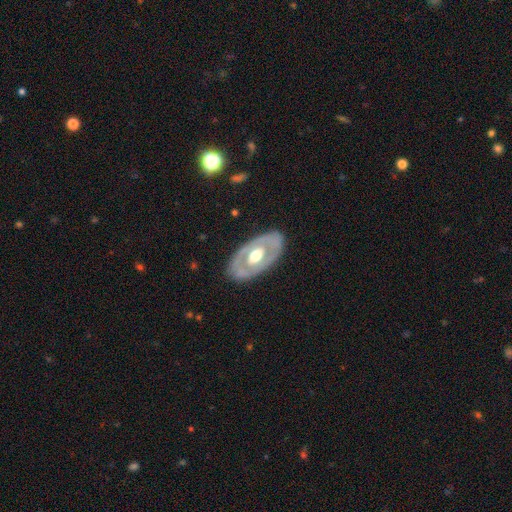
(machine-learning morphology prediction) The model was most divided on "smooth or featured": featured or disk: 67%, smooth: 29%, star or artifact: 4%. More confident: edge-on disk — no (88%); merging — none (82%); spiral arms — no (80%); bar — no (71%); bulge size — moderate (66%).